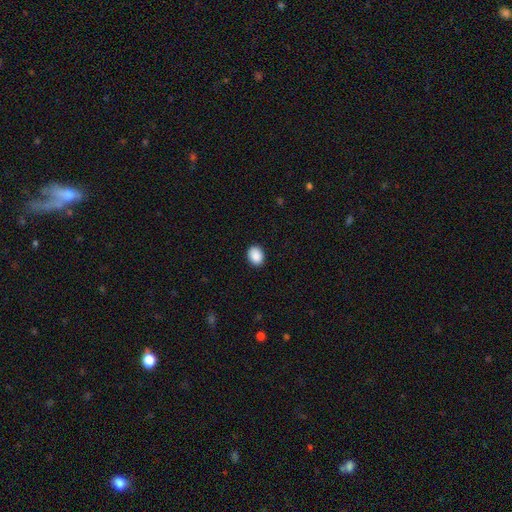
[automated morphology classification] smooth 89%, star or artifact 8%, featured or disk 3%. Down the decision tree: how rounded — in between (66%); merging — none (90%).